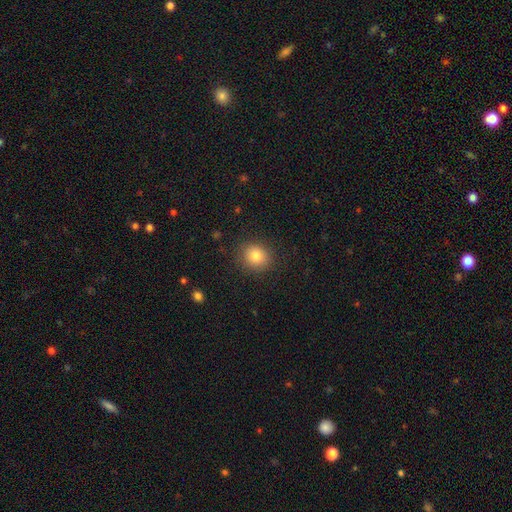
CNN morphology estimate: Smooth or featured? Predicted: smooth (p=0.82). How rounded? Predicted: round (p=0.78). Merging? Predicted: none (p=0.87).